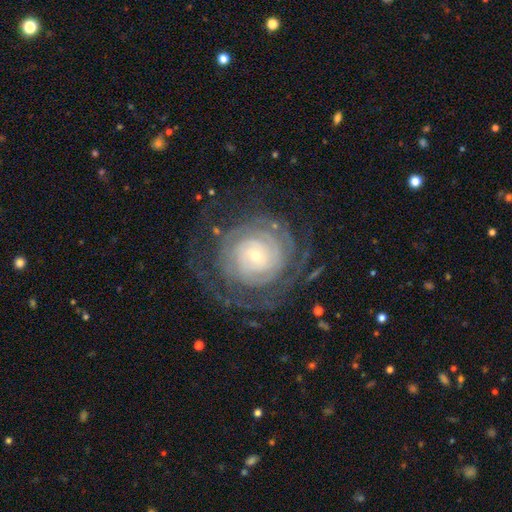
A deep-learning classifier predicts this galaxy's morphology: A featured or disk galaxy (83%) with no bar (72%), tight (83%) spiral arms (94%) and a small central bulge (79%).

Vote fractions:
- Smooth or featured? featured or disk: 83% / smooth: 11% / star or artifact: 6%
- Edge-on disk? no: 97% / yes: 3%
- Bar? no: 72% / weak: 22% / strong: 7%
- Spiral arms? yes: 94% / no: 6%
- Spiral winding? tight: 83% / medium: 13% / loose: 5%
- Spiral arm count? can't tell: 41% / 2: 19% / 3: 12% / 4: 12% / more than 4: 9% / 1: 7%
- Bulge size? small: 79% / moderate: 15% / large: 3% / dominant: 2% / none: 1%
- Merging? none: 73% / minor disturbance: 13% / major disturbance: 12% / merger: 1%